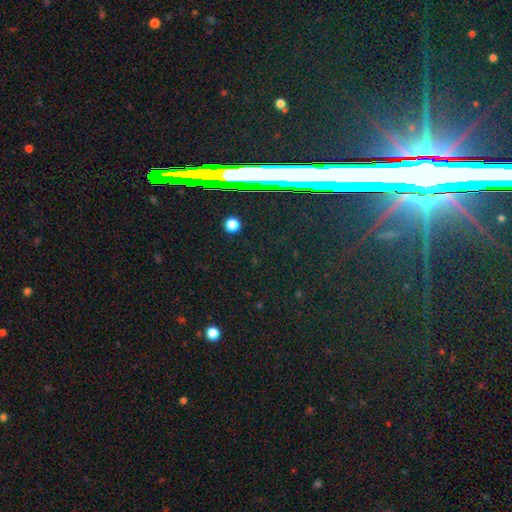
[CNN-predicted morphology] Smooth or featured? Predicted: star or artifact (p=0.75).